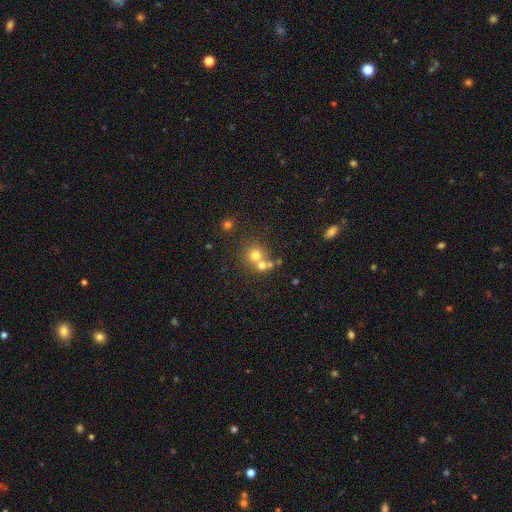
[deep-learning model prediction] This is likely a smooth galaxy (68%). How rounded: clearly round (86%). Merging: possibly none (47%).